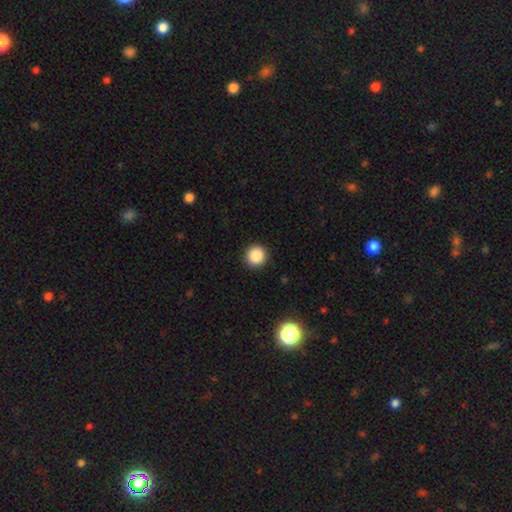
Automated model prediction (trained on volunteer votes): A smooth galaxy with no disk features (87%) that is round (94%).

Vote fractions:
- Smooth or featured? smooth: 87% / star or artifact: 10% / featured or disk: 3%
- How rounded? round: 94% / in between: 5% / cigar-shaped: 1%
- Merging? none: 92% / minor disturbance: 6% / major disturbance: 2% / merger: 1%